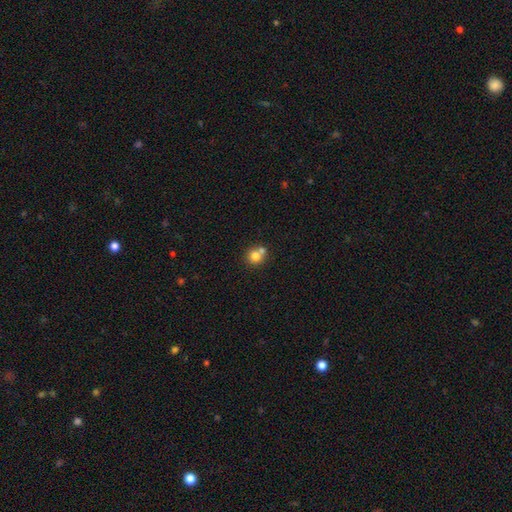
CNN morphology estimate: This appears to be a smooth galaxy with no disk features (78%) that is round (89%). Merging: none (52%).